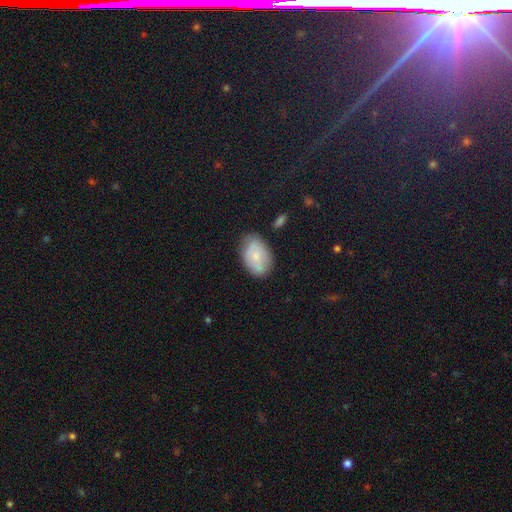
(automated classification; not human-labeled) Smooth or featured: smooth — 69% (featured or disk — 24%)
How rounded: in between — 89% (round — 9%)
Merging: none — 70% (minor disturbance — 22%)